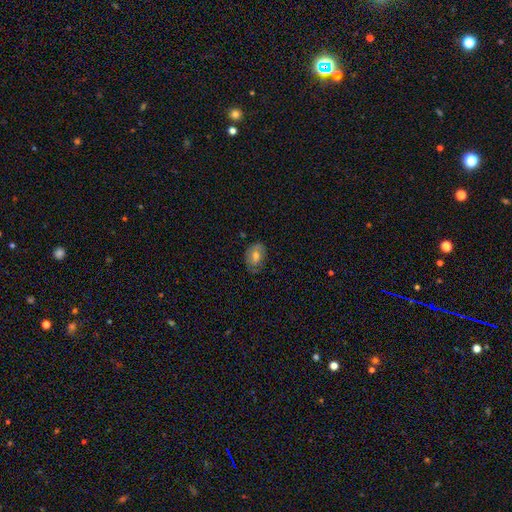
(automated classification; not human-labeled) smooth-or-featured: smooth: 65% | featured or disk: 26% | star or artifact: 9%
  how-rounded: in between: 76% | round: 23% | cigar-shaped: 1%
  merging: none: 72% | minor disturbance: 22% | major disturbance: 5% | merger: 1%